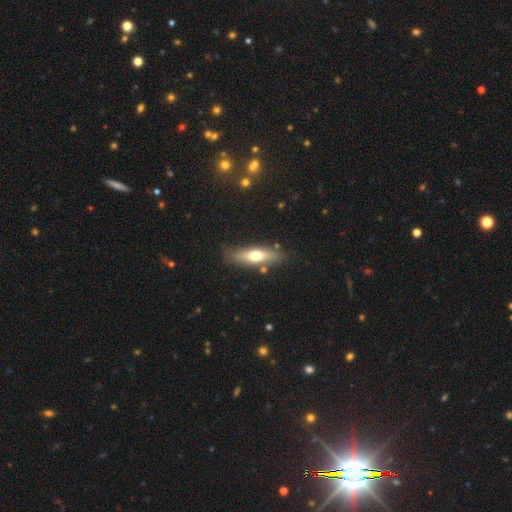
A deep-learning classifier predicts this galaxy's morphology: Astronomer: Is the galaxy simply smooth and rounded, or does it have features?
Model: smooth — 55% (runner-up: featured or disk, 39%).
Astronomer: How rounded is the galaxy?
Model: cigar-shaped — 60% (runner-up: in between, 38%).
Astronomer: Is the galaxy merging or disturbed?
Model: none — 79%.